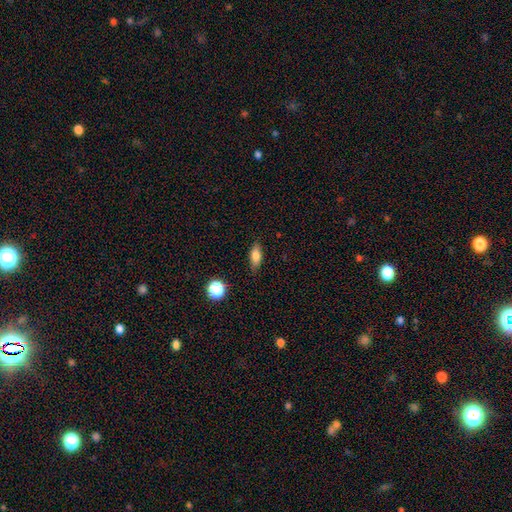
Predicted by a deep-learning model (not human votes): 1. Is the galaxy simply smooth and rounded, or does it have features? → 78% smooth, 12% featured or disk, 10% star or artifact.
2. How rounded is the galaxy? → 73% in between, 21% cigar-shaped, 6% round.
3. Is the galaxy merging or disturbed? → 82% none, 14% minor disturbance, 3% major disturbance, 1% merger.